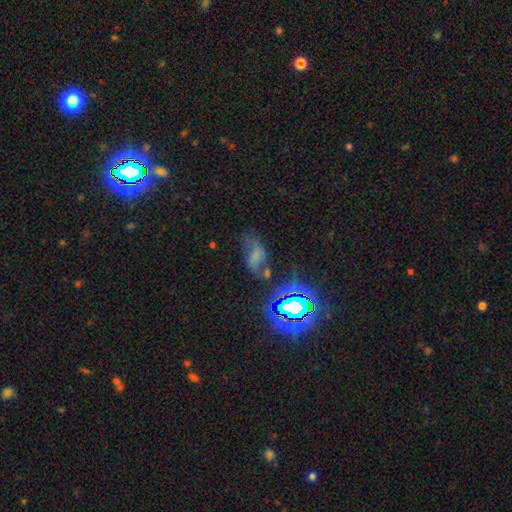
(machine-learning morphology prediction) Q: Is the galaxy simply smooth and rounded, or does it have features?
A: smooth — 42%.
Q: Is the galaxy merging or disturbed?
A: none — 40%.